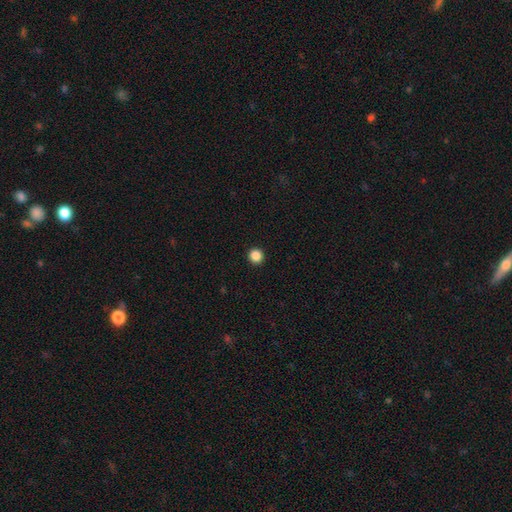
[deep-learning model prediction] This appears to be a smooth galaxy with no disk features (87%) that is round (95%). Merging: none (94%).